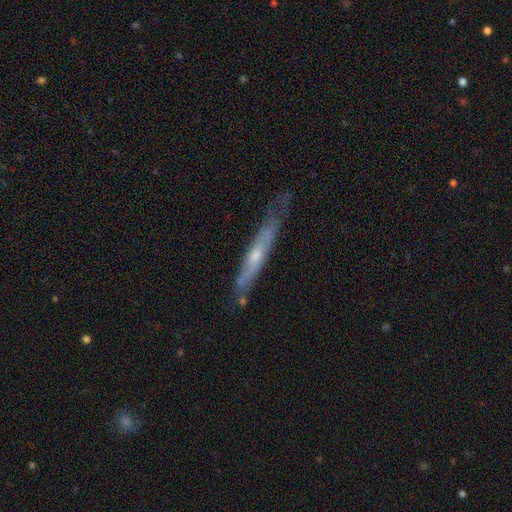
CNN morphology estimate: smooth-or-featured: featured or disk: 64% | smooth: 29% | star or artifact: 7%
  disk-edge-on: yes: 83% | no: 17%
    edge-on-bulge: rounded: 61% | none: 35% | boxy: 3%
  merging: none: 69% | minor disturbance: 24% | major disturbance: 5% | merger: 2%